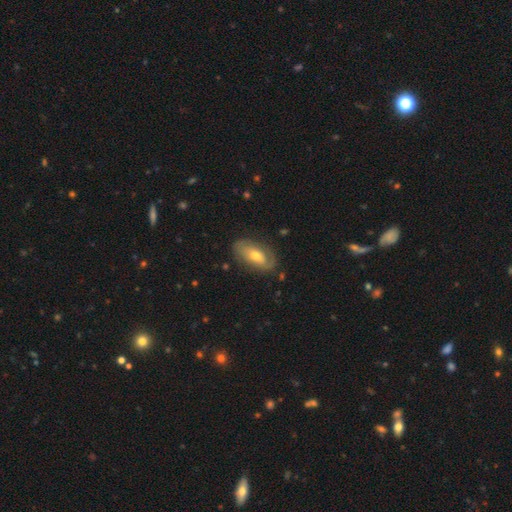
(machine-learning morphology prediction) Smooth or featured?
  - featured or disk: 57% *
  - smooth: 37%
  - star or artifact: 7%
Edge-on disk?
  - no: 87% *
  - yes: 13%
Merging?
  - none: 75% *
  - minor disturbance: 18%
  - major disturbance: 6%
  - merger: 2%